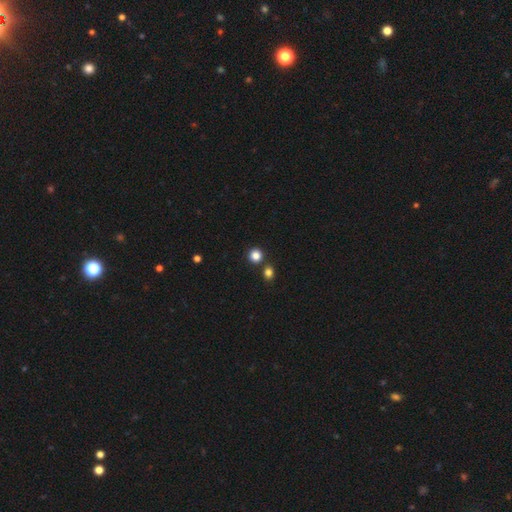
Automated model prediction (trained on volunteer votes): Q: Smooth or featured?
A: smooth (83%); runner-up: star or artifact (13%)
Q: How rounded?
A: round (92%); runner-up: in between (7%)
Q: Merging?
A: none (80%); runner-up: merger (12%)